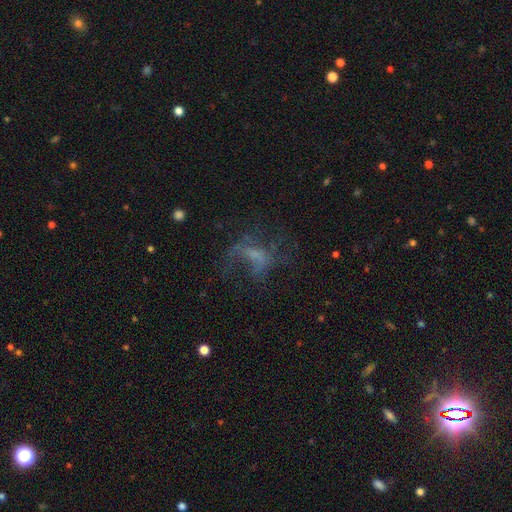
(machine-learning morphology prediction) Smooth or featured? featured or disk (51%)
Edge-on disk? no (96%)
Merging? major disturbance (42%)